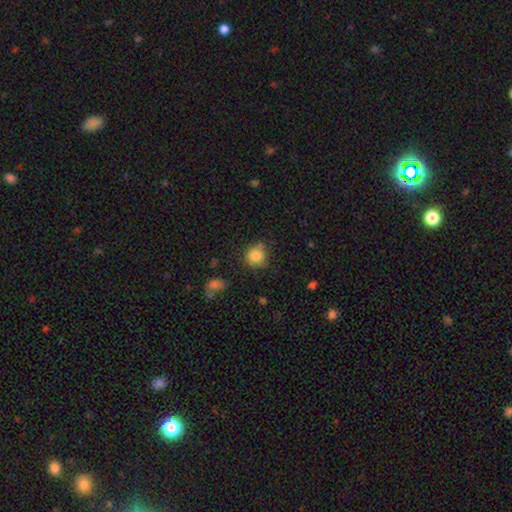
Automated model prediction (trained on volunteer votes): The model was most divided on "merging": none: 72%, minor disturbance: 18%, merger: 5%, major disturbance: 5%. More confident: how rounded — round (88%); smooth or featured — smooth (85%).